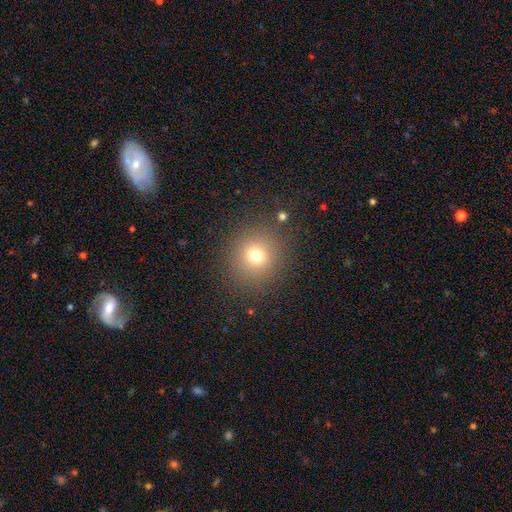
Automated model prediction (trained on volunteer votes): Smooth or featured: smooth — 72% (star or artifact — 18%)
How rounded: round — 90% (in between — 10%)
Merging: none — 87% (minor disturbance — 7%)